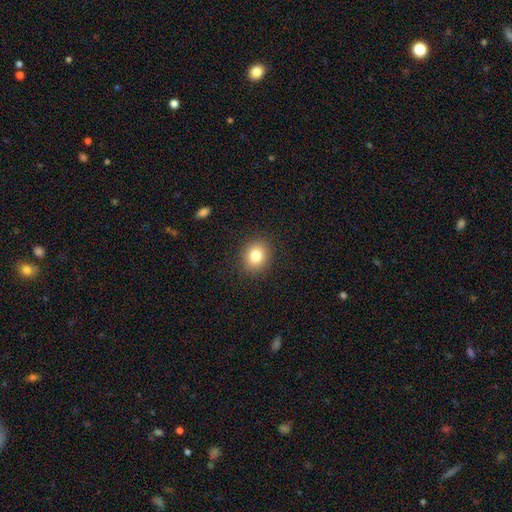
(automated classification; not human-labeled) Smooth or featured? Predicted: smooth (p=0.81). How rounded? Predicted: round (p=0.75). Merging? Predicted: none (p=0.90).